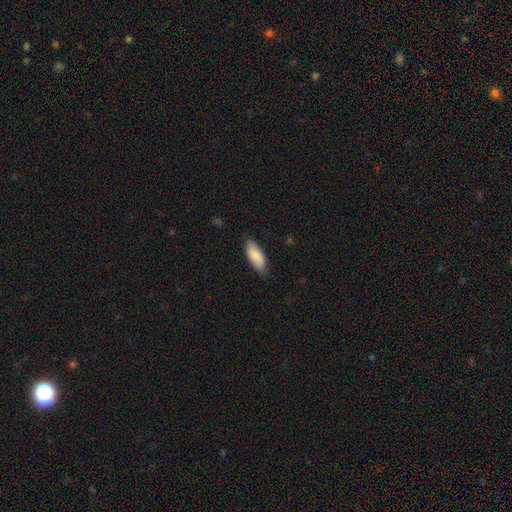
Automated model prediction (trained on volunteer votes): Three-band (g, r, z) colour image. It shows a smooth galaxy with no disk features (87%) that is in between round and cigar-shaped (82%). Merging: none (79%).